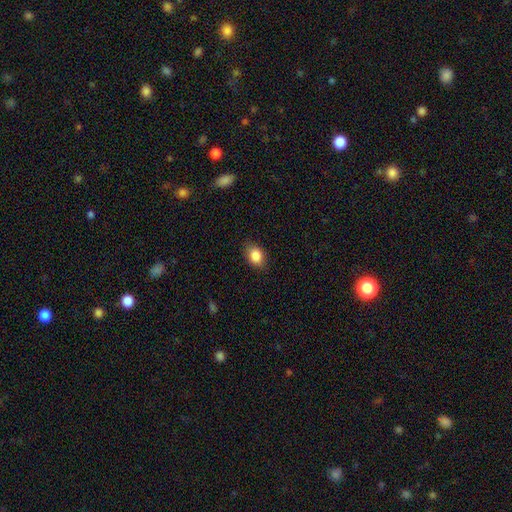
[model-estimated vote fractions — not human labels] This is clearly a smooth galaxy (87%). How rounded: likely in between (73%). Merging: clearly none (84%).